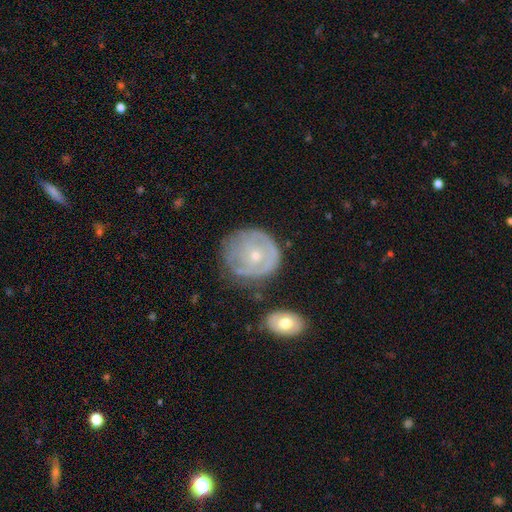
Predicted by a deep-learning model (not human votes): The model was most divided on "spiral arms": yes: 60%, no: 40%. More confident: edge-on disk — no (97%); bar — no (83%); bulge size — small (69%); smooth or featured — featured or disk (61%); merging — none (60%).